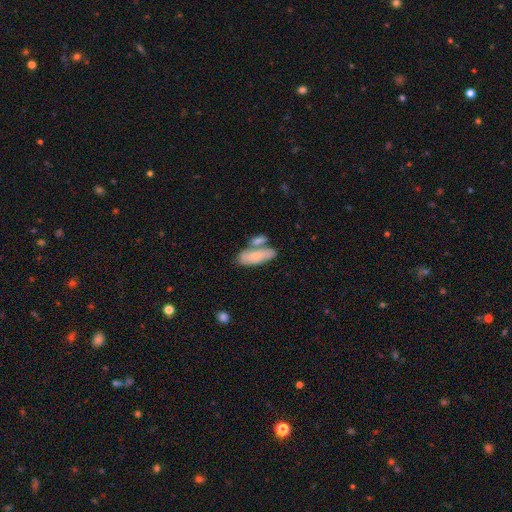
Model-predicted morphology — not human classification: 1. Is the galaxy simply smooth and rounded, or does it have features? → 72% smooth, 22% featured or disk, 6% star or artifact.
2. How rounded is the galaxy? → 72% in between, 26% cigar-shaped, 3% round.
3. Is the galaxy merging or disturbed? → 44% none, 36% merger, 15% minor disturbance, 5% major disturbance.